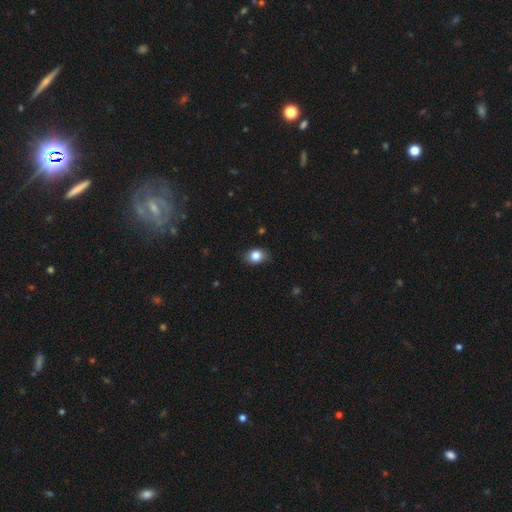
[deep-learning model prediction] Smooth or featured?
  - smooth: 84% *
  - star or artifact: 9%
  - featured or disk: 7%
How rounded?
  - in between: 62% *
  - round: 37%
  - cigar-shaped: 1%
Merging?
  - none: 81% *
  - minor disturbance: 15%
  - major disturbance: 3%
  - merger: 1%